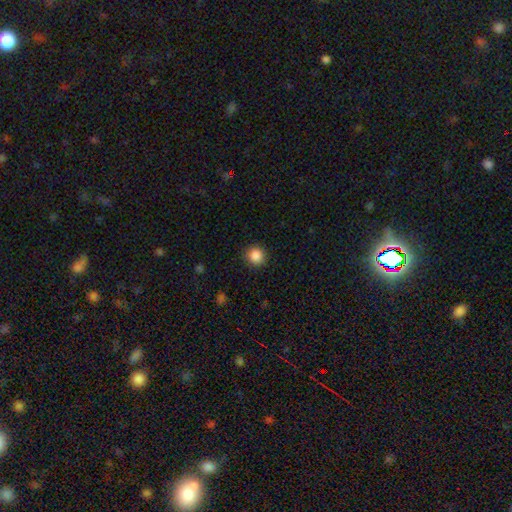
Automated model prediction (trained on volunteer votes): A smooth galaxy with no disk features (87%) that is round (94%). Merging: none (91%).